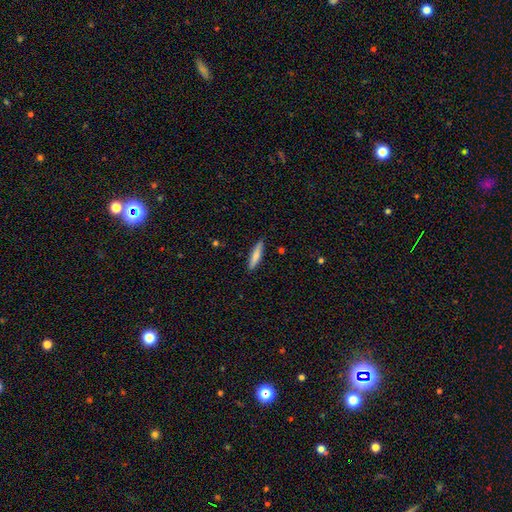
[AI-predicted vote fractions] A smooth galaxy with no disk features (73%) that is cigar-shaped (84%).

Vote fractions:
- Smooth or featured? smooth: 73% / featured or disk: 21% / star or artifact: 6%
- How rounded? cigar-shaped: 84% / in between: 15% / round: 2%
- Merging? none: 87% / minor disturbance: 10% / major disturbance: 2% / merger: 1%